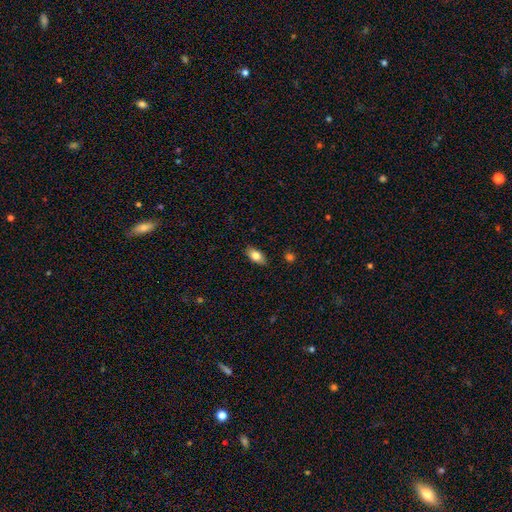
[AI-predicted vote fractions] smooth-or-featured: smooth: 78% | featured or disk: 15% | star or artifact: 7%
  how-rounded: in between: 89% | cigar-shaped: 6% | round: 4%
  merging: none: 87% | minor disturbance: 10% | major disturbance: 2% | merger: 1%